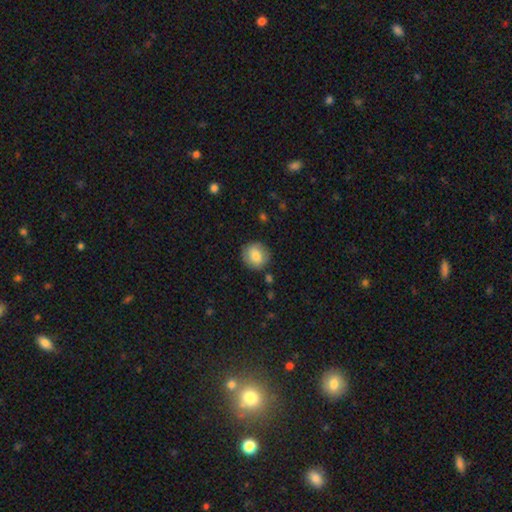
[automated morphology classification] Smooth or featured? smooth (79%)
How rounded? round (85%)
Merging? none (84%)